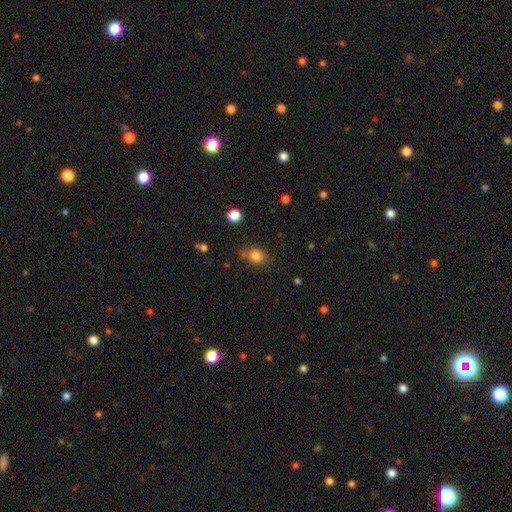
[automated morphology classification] A smooth galaxy with no disk features (81%) that is round (64%). Merging: none (69%).